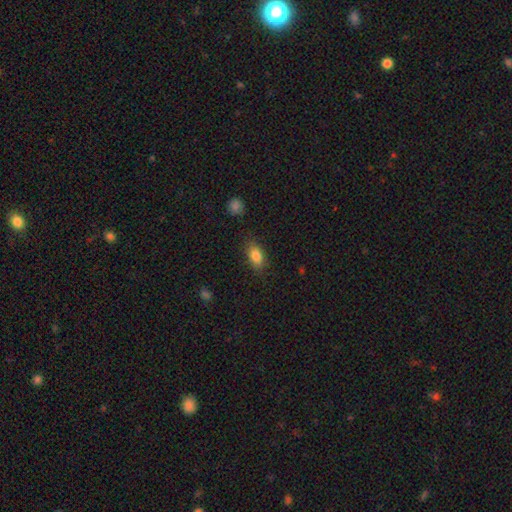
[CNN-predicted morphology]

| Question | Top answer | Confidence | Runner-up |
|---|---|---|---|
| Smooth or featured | smooth | 84% | star or artifact (9%) |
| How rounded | in between | 86% | round (9%) |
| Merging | none | 81% | minor disturbance (14%) |